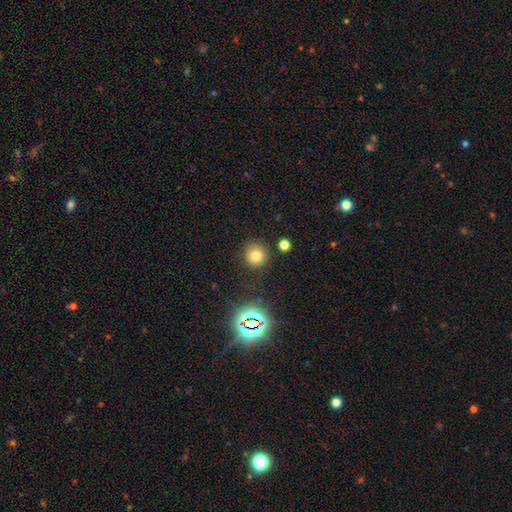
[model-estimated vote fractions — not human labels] Smooth or featured?
  - smooth: 73% *
  - star or artifact: 18%
  - featured or disk: 8%
How rounded?
  - round: 92% *
  - in between: 7%
  - cigar-shaped: 1%
Merging?
  - none: 86% *
  - minor disturbance: 8%
  - major disturbance: 3%
  - merger: 3%